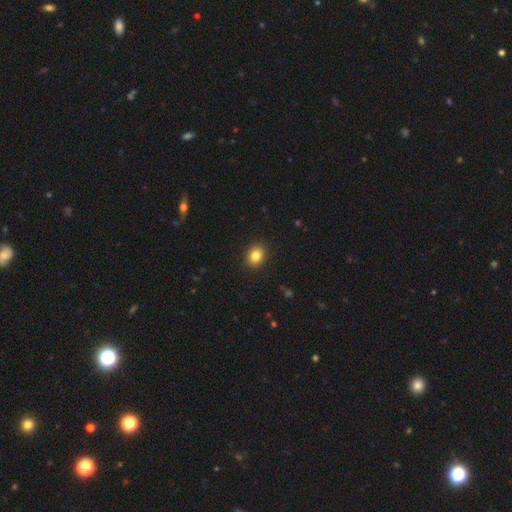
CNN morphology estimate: Smooth or featured? Predicted: smooth (p=0.83). How rounded? Predicted: round (p=0.51). Merging? Predicted: none (p=0.91).